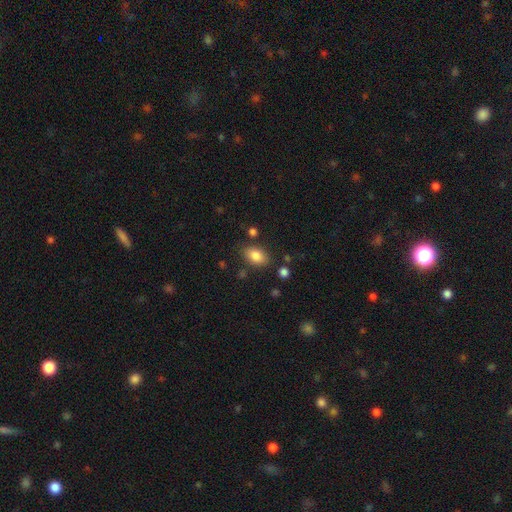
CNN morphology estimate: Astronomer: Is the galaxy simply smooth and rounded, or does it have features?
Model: smooth — 84%.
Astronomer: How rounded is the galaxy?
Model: in between — 87%.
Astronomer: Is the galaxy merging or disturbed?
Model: none — 81%.